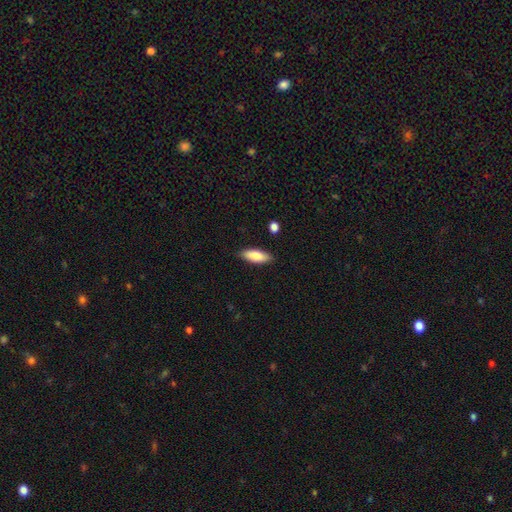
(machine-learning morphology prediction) A smooth galaxy with no disk features (84%) that is in between round and cigar-shaped (73%). Merging: none (86%).